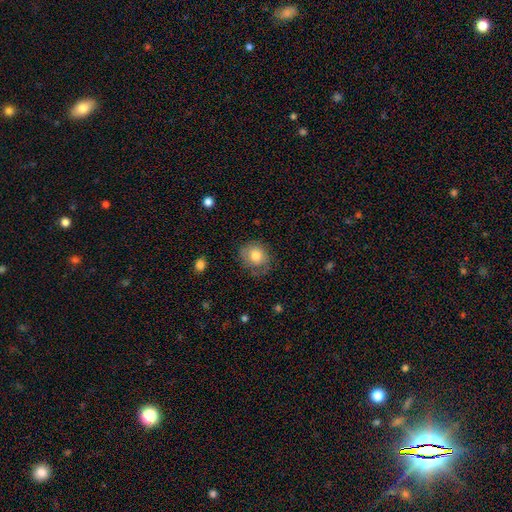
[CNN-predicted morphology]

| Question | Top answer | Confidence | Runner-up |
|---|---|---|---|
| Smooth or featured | smooth | 76% | featured or disk (16%) |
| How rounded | round | 76% | in between (23%) |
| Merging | none | 67% | minor disturbance (23%) |